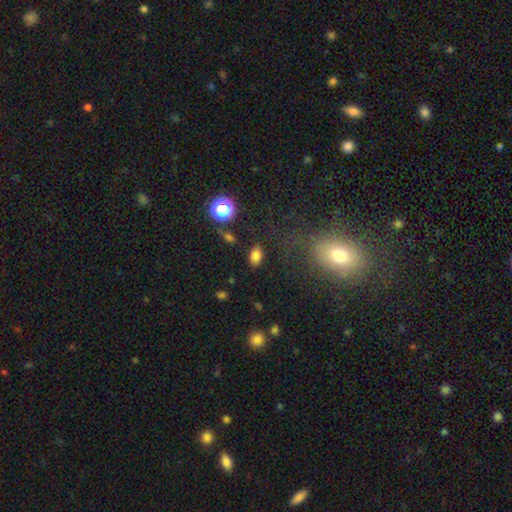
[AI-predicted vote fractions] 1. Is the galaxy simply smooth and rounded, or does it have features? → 77% smooth, 14% star or artifact, 8% featured or disk.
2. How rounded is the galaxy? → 86% in between, 12% round, 2% cigar-shaped.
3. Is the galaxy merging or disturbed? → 84% none, 10% minor disturbance, 3% major disturbance, 2% merger.